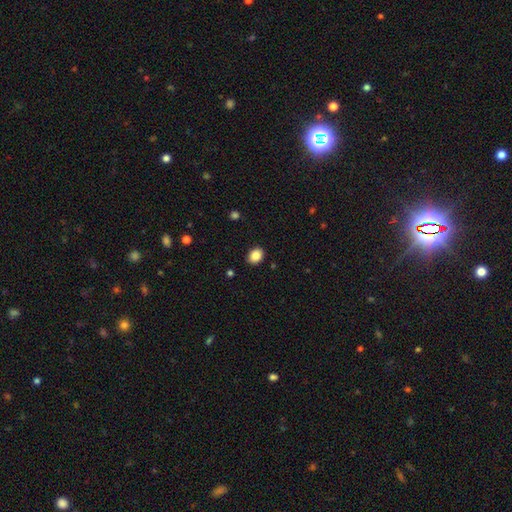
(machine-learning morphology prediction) Smooth or featured?
  - smooth: 86% *
  - star or artifact: 9%
  - featured or disk: 5%
How rounded?
  - in between: 57% *
  - round: 42%
  - cigar-shaped: 1%
Merging?
  - none: 87% *
  - minor disturbance: 10%
  - major disturbance: 2%
  - merger: 1%